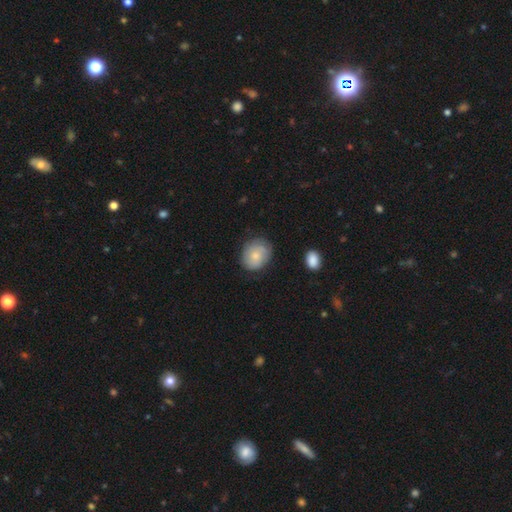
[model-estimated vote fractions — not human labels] Morphology: type=smooth (72%); roundness=round (59%); merging=none (74%).